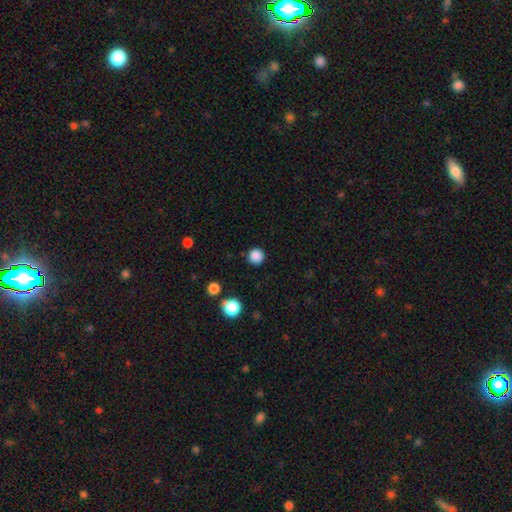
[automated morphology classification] Overall: smooth (85%). How rounded: round (95%). Merging: none (89%).